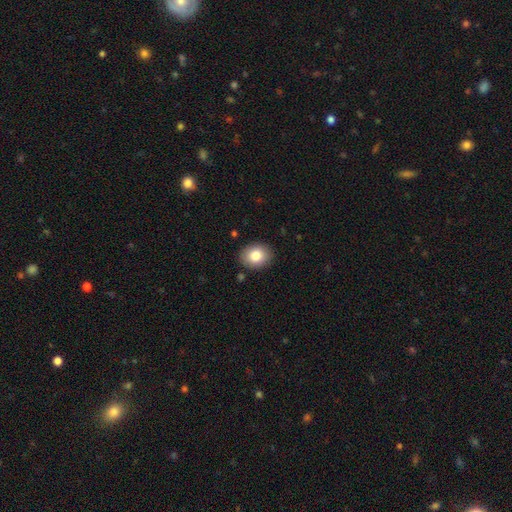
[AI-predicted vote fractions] Overall: smooth (82%). How rounded: in between (52%; round 48%). Merging: none (88%).